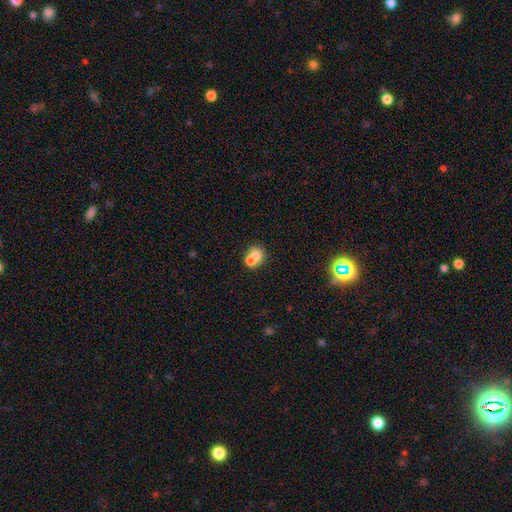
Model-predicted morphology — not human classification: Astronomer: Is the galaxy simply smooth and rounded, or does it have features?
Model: smooth — 69%.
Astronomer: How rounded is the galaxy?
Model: round — 71%.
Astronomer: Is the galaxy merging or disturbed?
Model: merger — 59%.